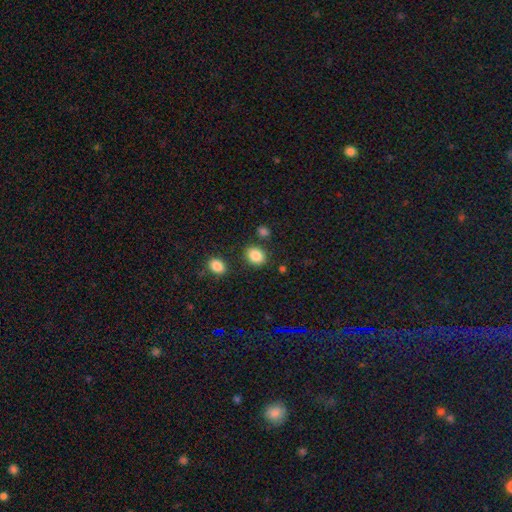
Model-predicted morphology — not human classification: smooth 86%, star or artifact 10%, featured or disk 5%. Down the decision tree: how rounded — in between (52%); merging — none (80%).